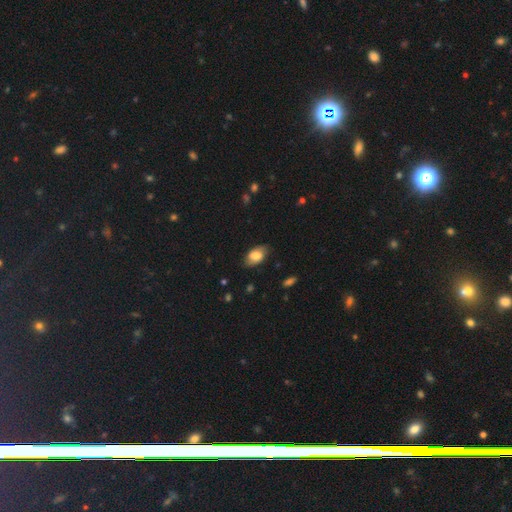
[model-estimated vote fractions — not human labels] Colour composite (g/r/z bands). It shows a smooth galaxy with no disk features (71%) that is in between round and cigar-shaped (91%). Merging: none (77%).